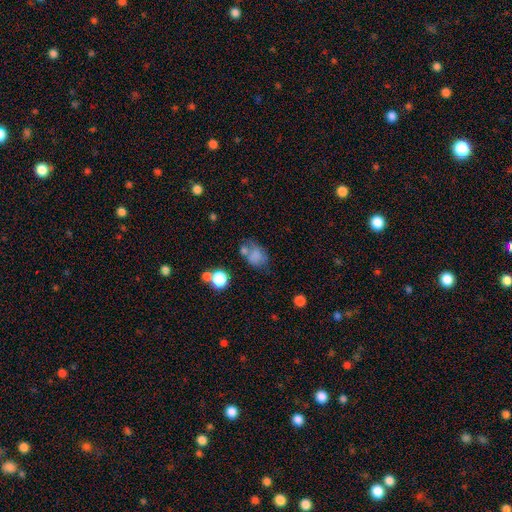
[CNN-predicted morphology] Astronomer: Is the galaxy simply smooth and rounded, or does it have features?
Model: smooth — 69%.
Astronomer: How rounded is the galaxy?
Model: in between — 62%.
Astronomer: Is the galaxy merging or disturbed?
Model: none — 39% (runner-up: minor disturbance, 23%).